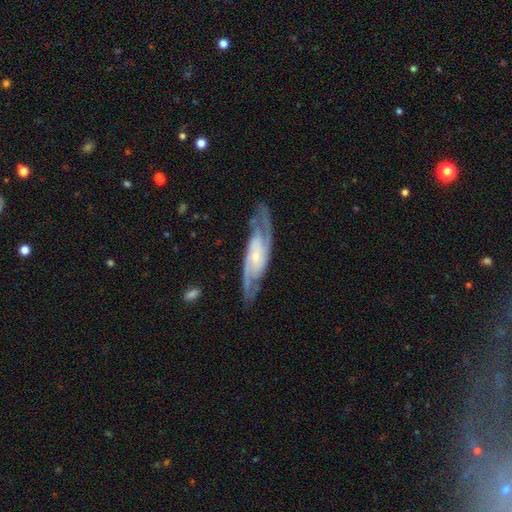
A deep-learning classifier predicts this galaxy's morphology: This appears to be a featured or disk galaxy (87%) with no bar (51%), 2 (77%) medium (48%) spiral arms (97%) and a small central bulge (68%). Merging: none (78%).